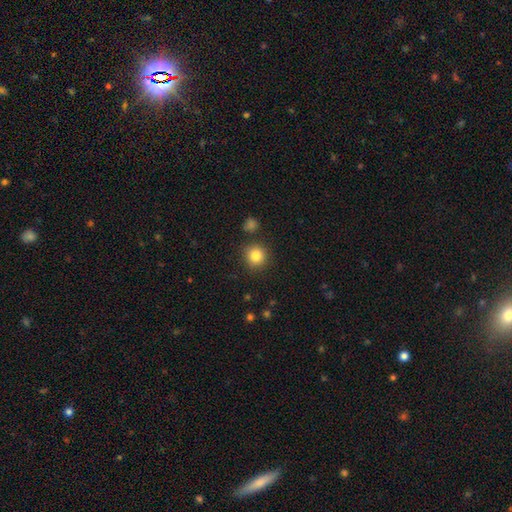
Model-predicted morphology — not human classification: Overall: smooth (84%). How rounded: round (92%). Merging: none (86%).